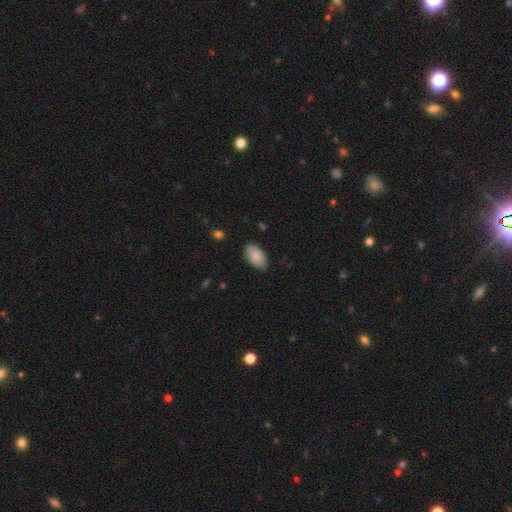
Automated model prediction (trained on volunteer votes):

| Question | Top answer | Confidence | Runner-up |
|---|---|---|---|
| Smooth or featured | smooth | 89% | star or artifact (6%) |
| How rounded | in between | 95% | round (3%) |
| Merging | none | 83% | minor disturbance (13%) |